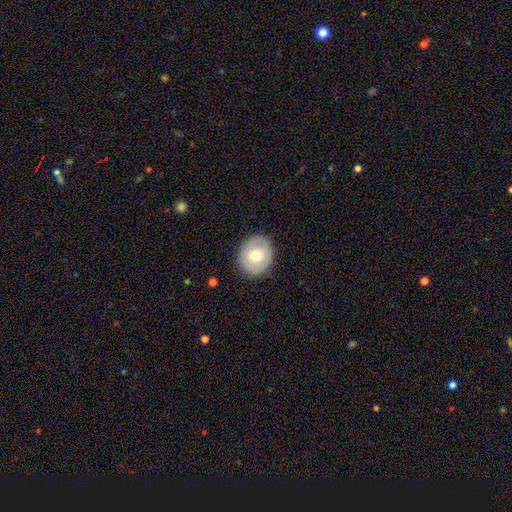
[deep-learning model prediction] This appears to be a smooth galaxy with no disk features (68%) that is round (79%). Merging: none (88%).